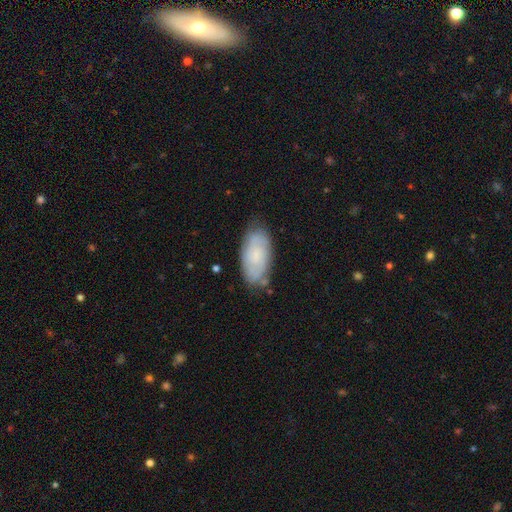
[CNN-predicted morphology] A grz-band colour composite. It shows a smooth galaxy with no disk features (51%) that is in between round and cigar-shaped (91%). Merging: none (72%).